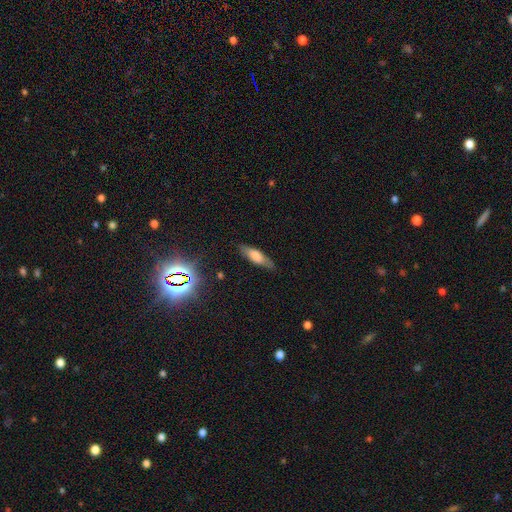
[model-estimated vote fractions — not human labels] A smooth galaxy with no disk features (65%) that is cigar-shaped (54%). Merging: none (79%).